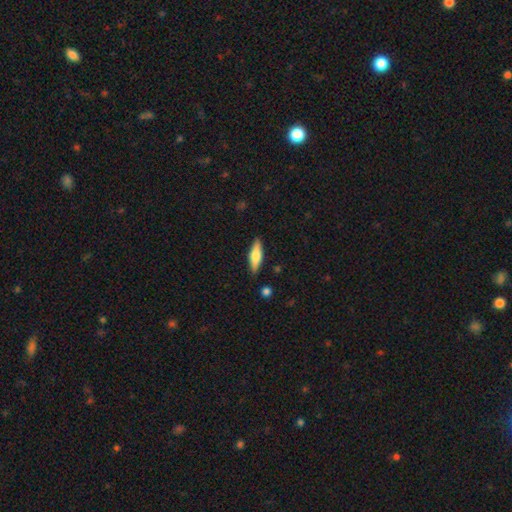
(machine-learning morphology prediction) A smooth galaxy with no disk features (61%) that is cigar-shaped (56%). Merging: none (87%).